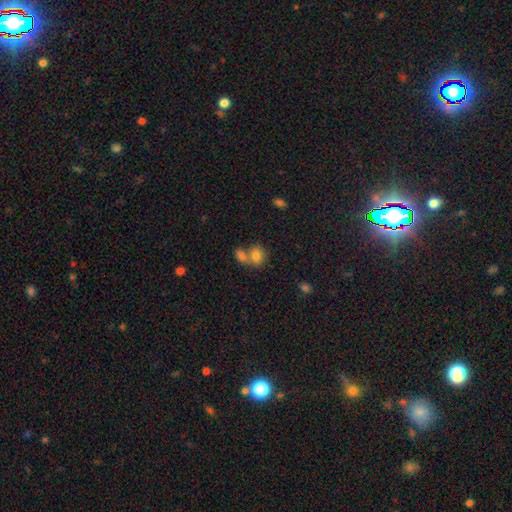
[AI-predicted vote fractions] Smooth or featured? Predicted: smooth (p=0.80). How rounded? Predicted: in between (p=0.53). Merging? Predicted: merger (p=0.54).